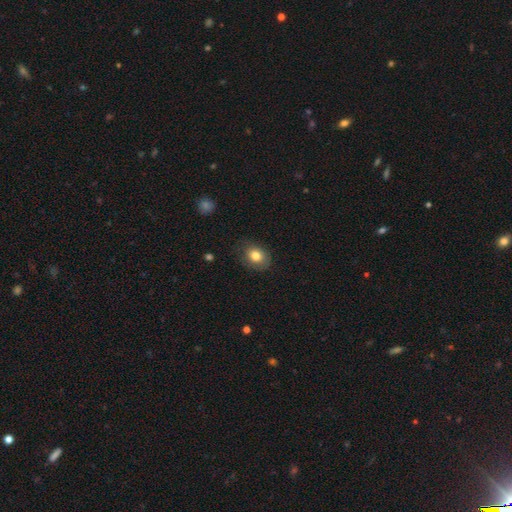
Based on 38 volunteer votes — smooth 84%, featured or disk 8%, star or artifact 8%. Down the decision tree: how rounded — round (53%); merging — none (71%).